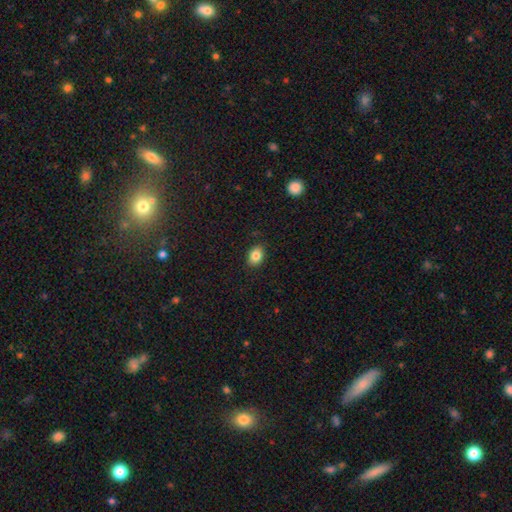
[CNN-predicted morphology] smooth 84%, star or artifact 9%, featured or disk 7%. Down the decision tree: how rounded — in between (73%); merging — none (88%).